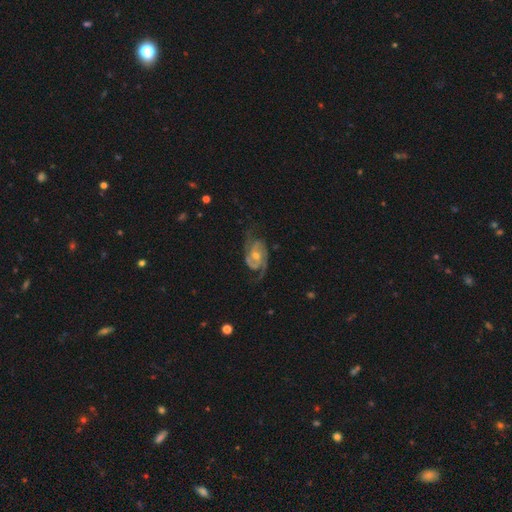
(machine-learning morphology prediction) smooth-or-featured: featured or disk: 89% | star or artifact: 6% | smooth: 5%
  disk-edge-on: no: 97% | yes: 3%
    bar: no: 55% | weak: 36% | strong: 9%
    has-spiral-arms: yes: 98% | no: 2%
      spiral-winding: medium: 45% | tight: 43% | loose: 12%
      spiral-arm-count: 2: 79% | 3: 9% | can't tell: 6% | 1: 3% | 4: 2% | more than 4: 2%
    bulge-size: moderate: 54% | small: 40% | large: 2% | none: 2% | dominant: 1%
  merging: none: 70% | minor disturbance: 18% | major disturbance: 10% | merger: 2%